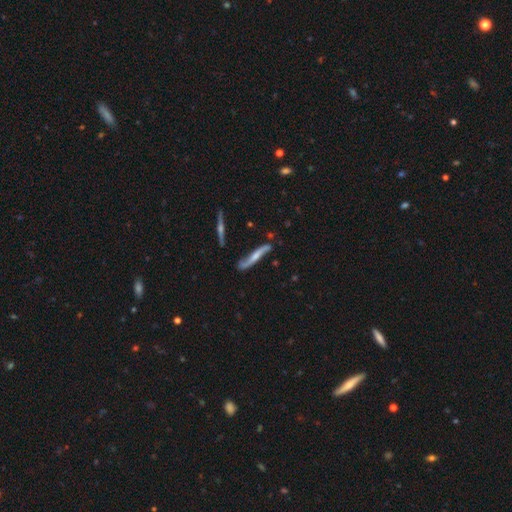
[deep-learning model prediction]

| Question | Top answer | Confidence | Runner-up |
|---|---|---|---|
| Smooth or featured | featured or disk | 68% | smooth (26%) |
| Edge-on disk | yes | 58% | no (42%) |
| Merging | none | 66% | minor disturbance (22%) |